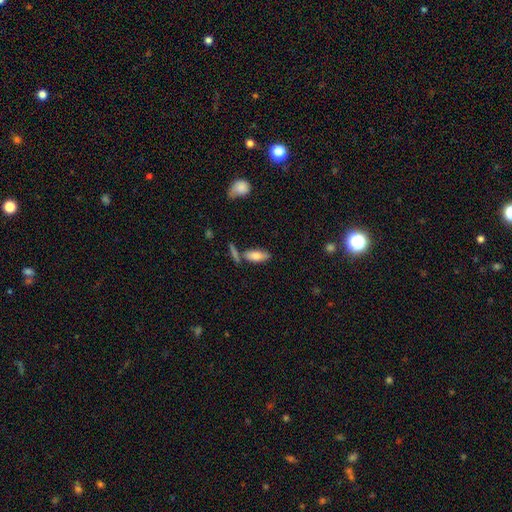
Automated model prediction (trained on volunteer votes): The model was most divided on "merging": none: 65%, minor disturbance: 16%, merger: 14%, major disturbance: 5%. More confident: how rounded — in between (77%); smooth or featured — smooth (74%).